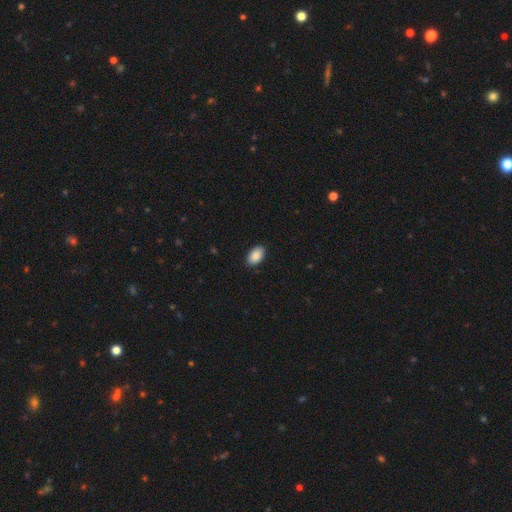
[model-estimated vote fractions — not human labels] smooth-or-featured: smooth: 89% | star or artifact: 7% | featured or disk: 4%
  how-rounded: in between: 93% | round: 6% | cigar-shaped: 1%
  merging: none: 89% | minor disturbance: 9% | major disturbance: 2% | merger: 1%